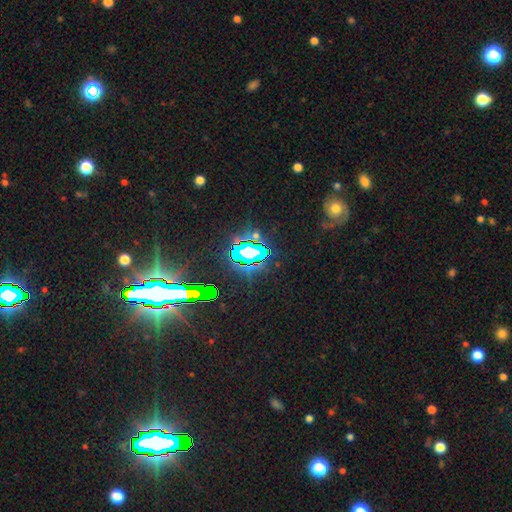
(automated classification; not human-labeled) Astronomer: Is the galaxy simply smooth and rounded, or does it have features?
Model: star or artifact — 80%.